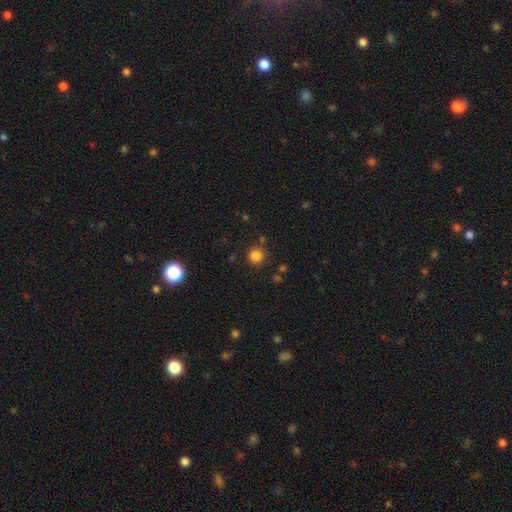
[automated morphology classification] Smooth or featured? smooth (83%)
How rounded? round (92%)
Merging? none (84%)